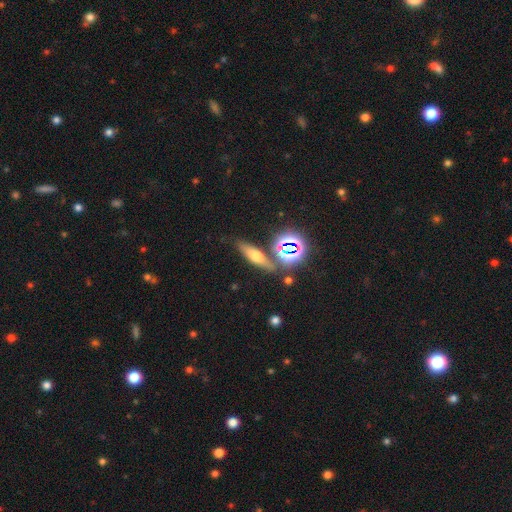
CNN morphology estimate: This appears to be a smooth galaxy with no disk features (46%). Merging: none (79%).